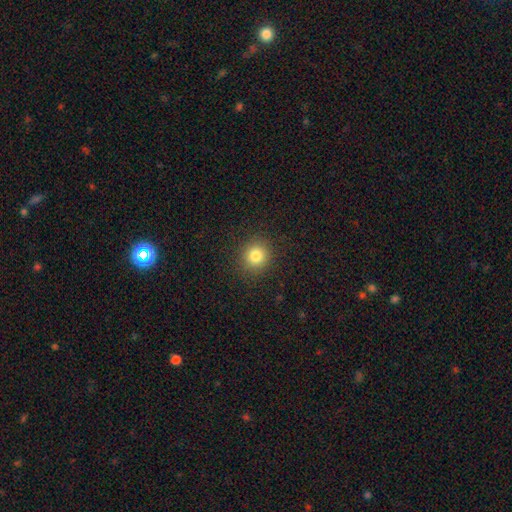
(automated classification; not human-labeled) smooth 81%, star or artifact 13%, featured or disk 6%. Down the decision tree: how rounded — round (89%); merging — none (90%).